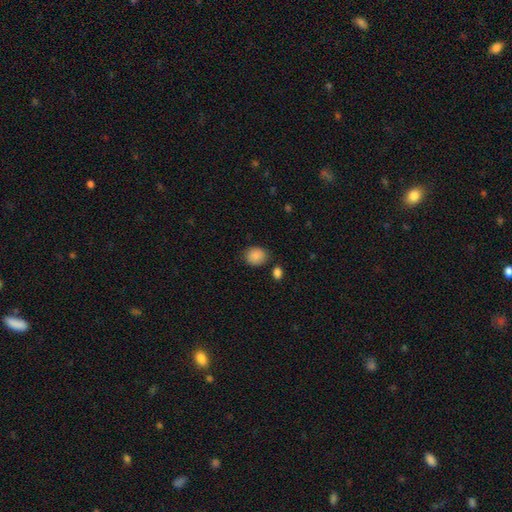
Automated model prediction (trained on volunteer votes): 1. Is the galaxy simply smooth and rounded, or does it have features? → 88% smooth, 8% star or artifact, 4% featured or disk.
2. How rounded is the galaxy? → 59% round, 40% in between, 1% cigar-shaped.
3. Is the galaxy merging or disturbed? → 78% none, 13% minor disturbance, 5% merger, 4% major disturbance.